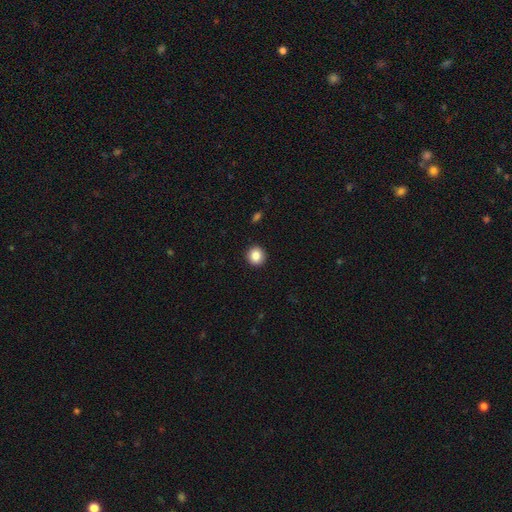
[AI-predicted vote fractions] smooth_or_featured: smooth (p=0.87) [alt: star or artifact p=0.09]
how_rounded: round (p=0.88) [alt: in between p=0.11]
merging: none (p=0.92) [alt: minor disturbance p=0.05]